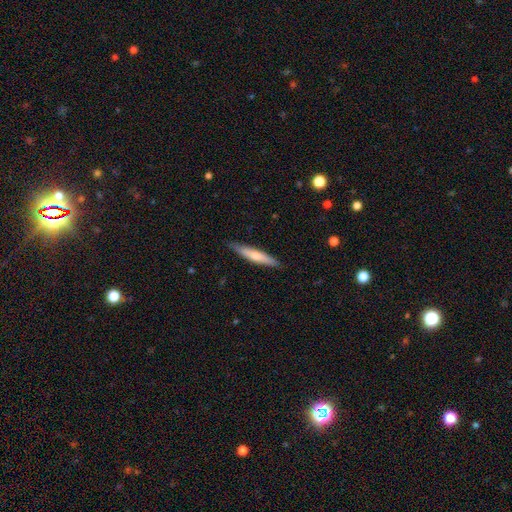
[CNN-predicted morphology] This is possibly a smooth galaxy (57%). How rounded: clearly cigar-shaped (90%). Merging: clearly none (88%).